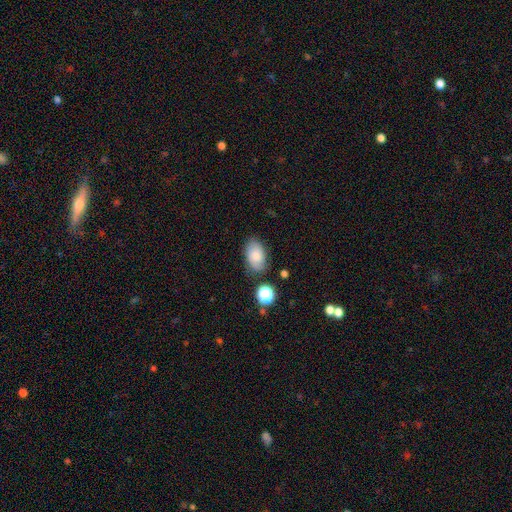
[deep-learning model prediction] This appears to be a smooth galaxy with no disk features (77%) that is in between round and cigar-shaped (91%). Merging: none (75%).